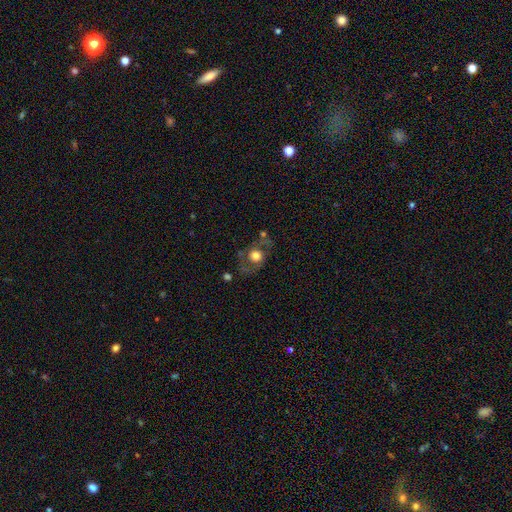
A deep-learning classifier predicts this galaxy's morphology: This appears to be a smooth galaxy with no disk features (49%). Merging: none (58%).